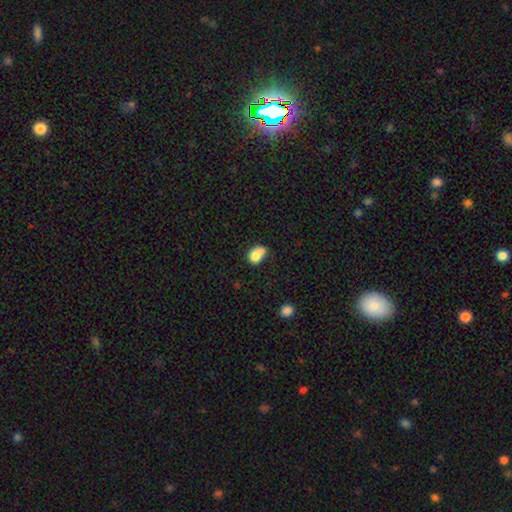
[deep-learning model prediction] Smooth or featured: smooth — 80% (featured or disk — 11%)
How rounded: in between — 72% (round — 26%)
Merging: none — 36% (minor disturbance — 33%)